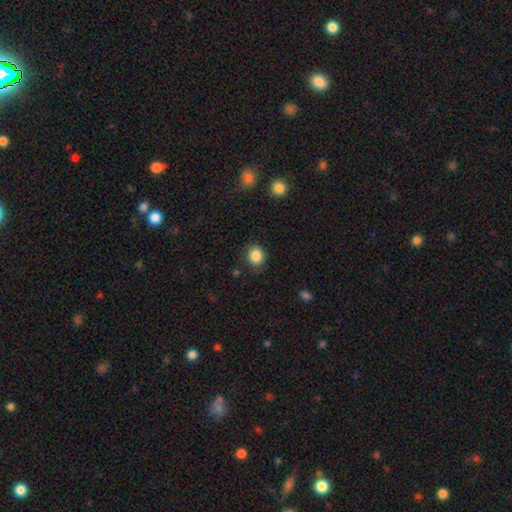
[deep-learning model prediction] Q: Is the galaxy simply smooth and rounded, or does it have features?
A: smooth — 86%.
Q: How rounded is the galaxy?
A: round — 69%.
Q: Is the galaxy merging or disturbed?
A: none — 83%.